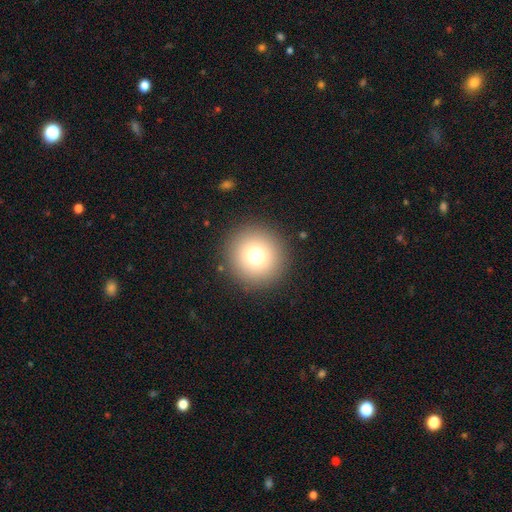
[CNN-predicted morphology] A smooth galaxy with no disk features (73%) that is round (96%). Merging: none (91%).